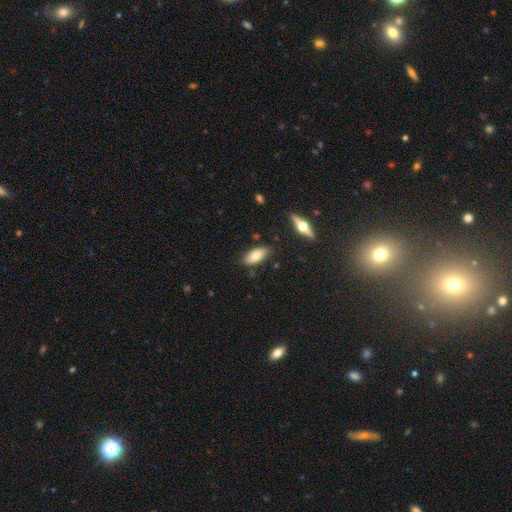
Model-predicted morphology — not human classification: smooth_or_featured: smooth (p=0.69) [alt: featured or disk p=0.24]
how_rounded: in between (p=0.83) [alt: cigar-shaped p=0.14]
merging: none (p=0.80) [alt: minor disturbance p=0.14]